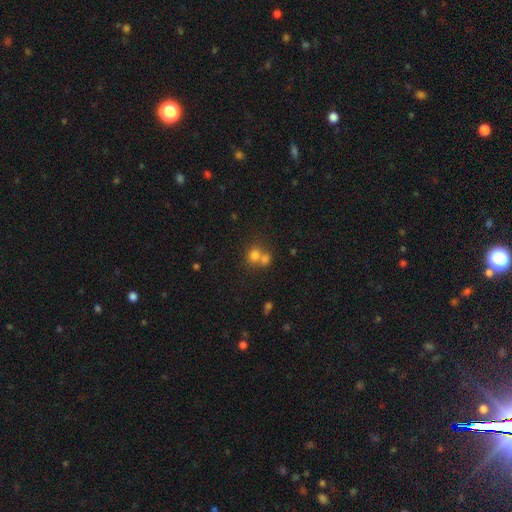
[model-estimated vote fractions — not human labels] A smooth galaxy with no disk features (70%) that is round (78%). Merging: merger (51%).